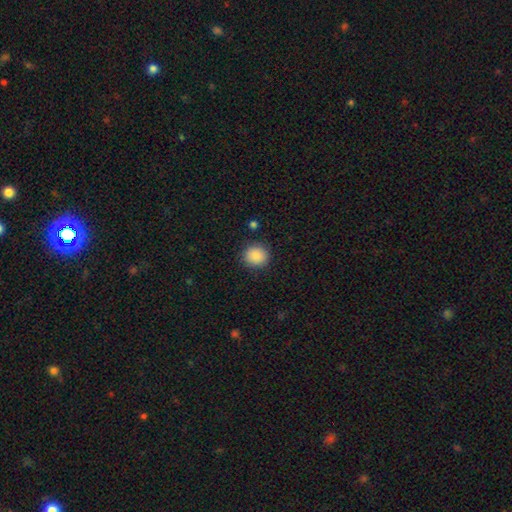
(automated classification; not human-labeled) Smooth or featured: smooth — 88% (star or artifact — 9%)
How rounded: round — 85% (in between — 14%)
Merging: none — 89% (minor disturbance — 7%)